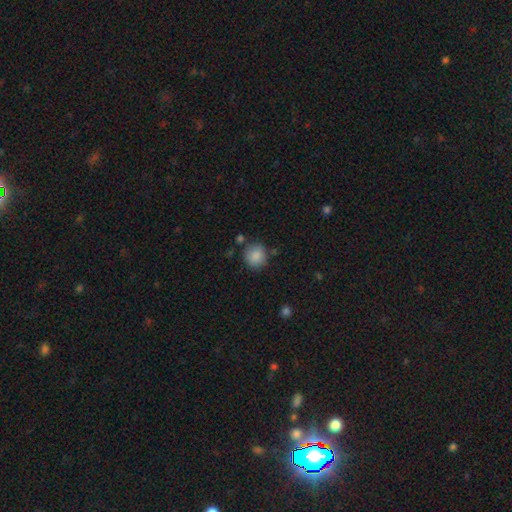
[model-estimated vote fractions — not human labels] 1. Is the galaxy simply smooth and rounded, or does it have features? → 87% smooth, 8% star or artifact, 5% featured or disk.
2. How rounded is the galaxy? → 87% round, 12% in between, 1% cigar-shaped.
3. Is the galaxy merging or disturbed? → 80% none, 12% minor disturbance, 5% merger, 3% major disturbance.